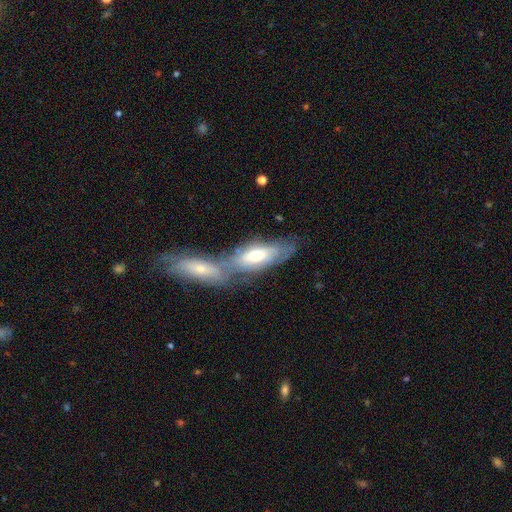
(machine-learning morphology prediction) Q: Smooth or featured?
A: smooth (50%); runner-up: featured or disk (45%)
Q: Merging?
A: merger (52%); runner-up: none (32%)